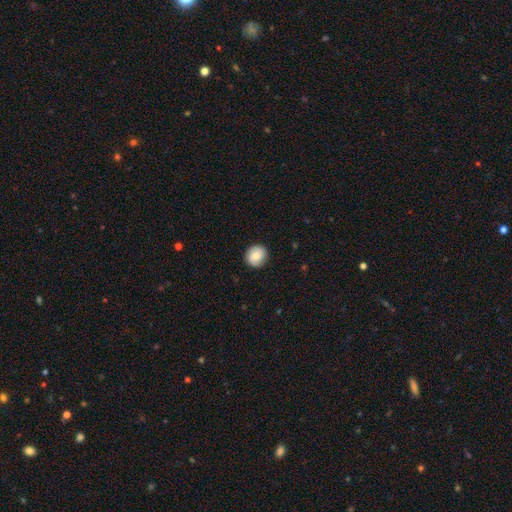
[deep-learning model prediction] The model was most divided on "smooth or featured": smooth: 70%, featured or disk: 22%, star or artifact: 8%. More confident: merging — none (87%); how rounded — round (85%).